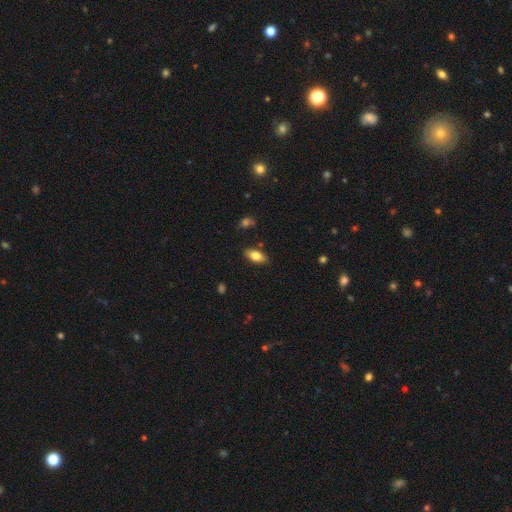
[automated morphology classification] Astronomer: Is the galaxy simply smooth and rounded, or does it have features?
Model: smooth — 80%.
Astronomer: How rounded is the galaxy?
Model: in between — 89%.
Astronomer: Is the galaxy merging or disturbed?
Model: none — 85%.